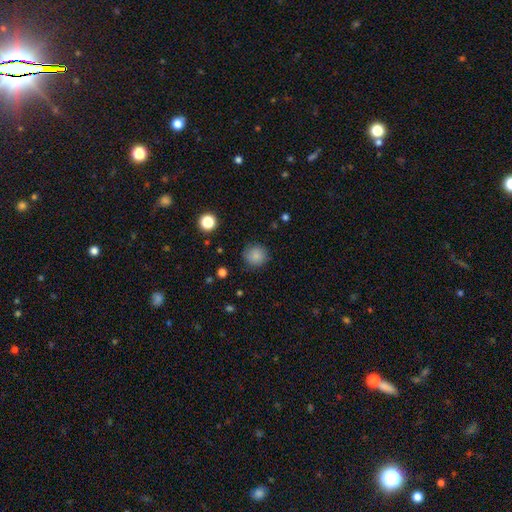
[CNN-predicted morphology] Smooth or featured? Predicted: smooth (p=0.86). How rounded? Predicted: round (p=0.92). Merging? Predicted: none (p=0.86).